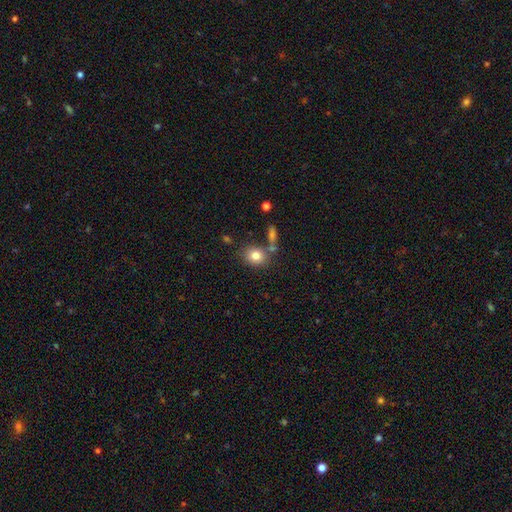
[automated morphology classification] smooth_or_featured: smooth (p=0.79) [alt: star or artifact p=0.11]
how_rounded: round (p=0.57) [alt: in between p=0.41]
merging: none (p=0.69) [alt: merger p=0.14]